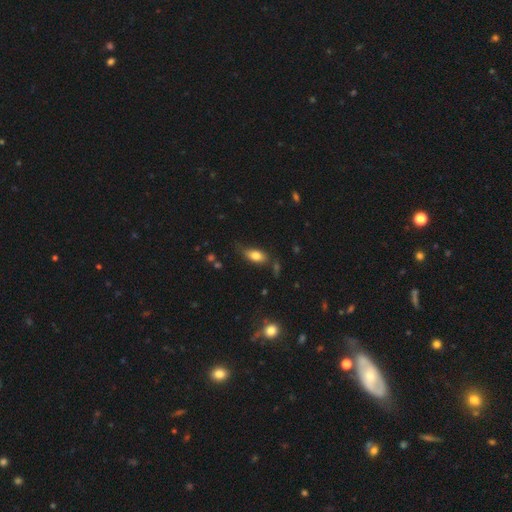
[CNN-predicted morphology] Smooth or featured: smooth — 79% (featured or disk — 13%)
How rounded: in between — 87% (cigar-shaped — 8%)
Merging: none — 65% (minor disturbance — 24%)